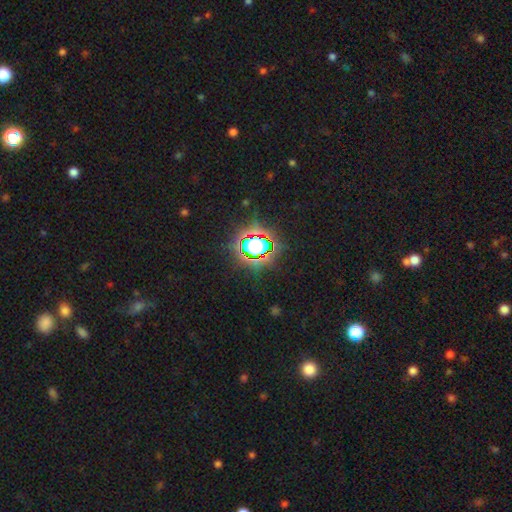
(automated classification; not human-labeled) smooth_or_featured: star or artifact (p=0.82) [alt: smooth p=0.11]